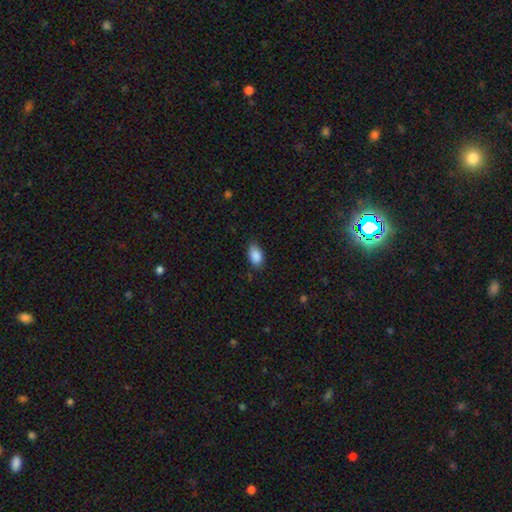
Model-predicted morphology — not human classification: Overall: smooth (89%). How rounded: in between (92%). Merging: none (79%).